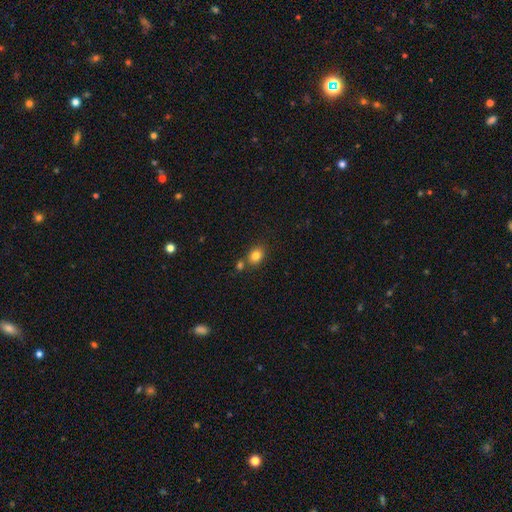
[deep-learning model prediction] Smooth or featured?
  - smooth: 82% *
  - star or artifact: 11%
  - featured or disk: 7%
How rounded?
  - in between: 59% *
  - round: 40%
  - cigar-shaped: 1%
Merging?
  - none: 67% *
  - merger: 19%
  - minor disturbance: 11%
  - major disturbance: 3%